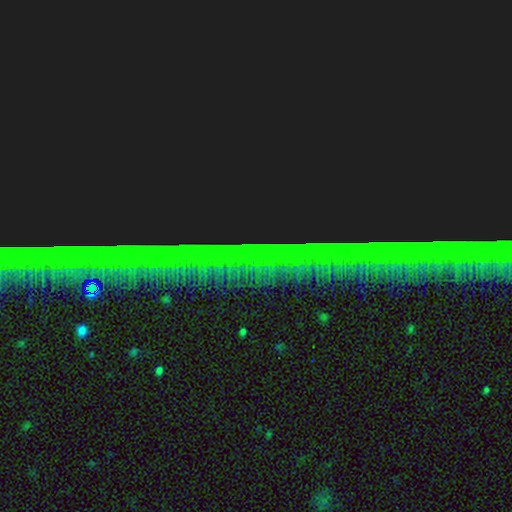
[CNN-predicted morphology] Q: Smooth or featured?
A: star or artifact (87%); runner-up: featured or disk (7%)